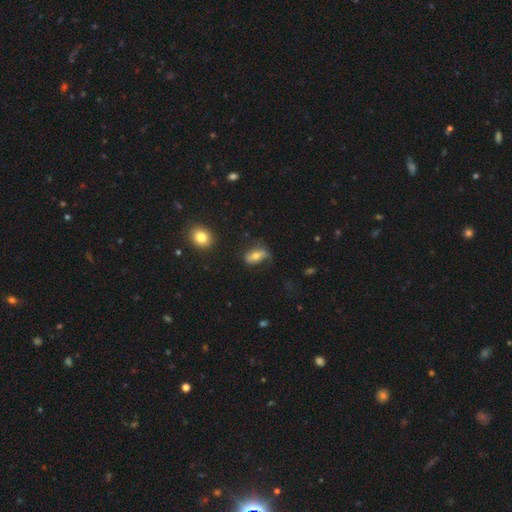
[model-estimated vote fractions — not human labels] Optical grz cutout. It shows a smooth galaxy with no disk features (58%) that is in between round and cigar-shaped (83%). Merging: none (49%).